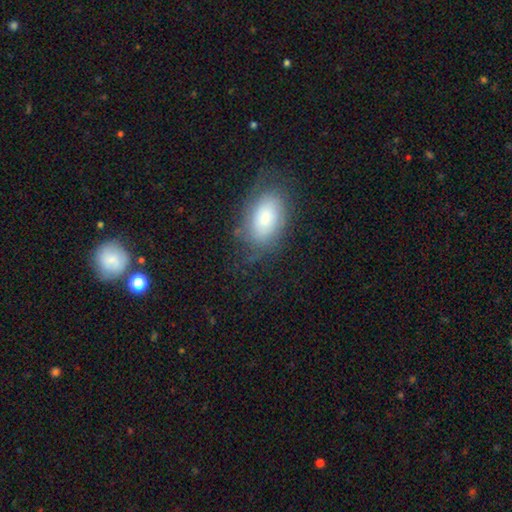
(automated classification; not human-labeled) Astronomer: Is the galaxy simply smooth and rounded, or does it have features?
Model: smooth — 57%.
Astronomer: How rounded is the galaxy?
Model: in between — 87%.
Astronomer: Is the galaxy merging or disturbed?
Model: none — 72%.